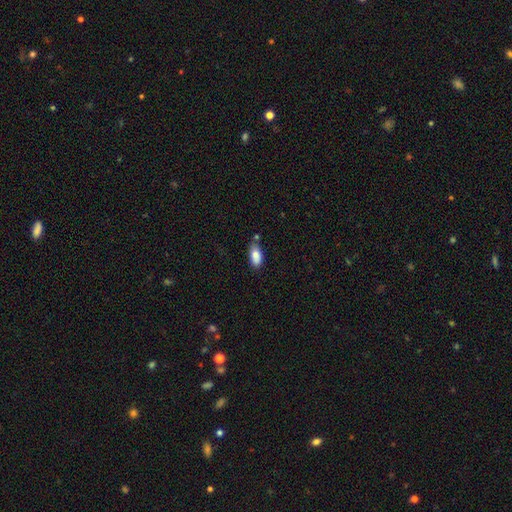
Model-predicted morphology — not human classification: A smooth galaxy with no disk features (82%) that is in between round and cigar-shaped (89%). Merging: none (61%).